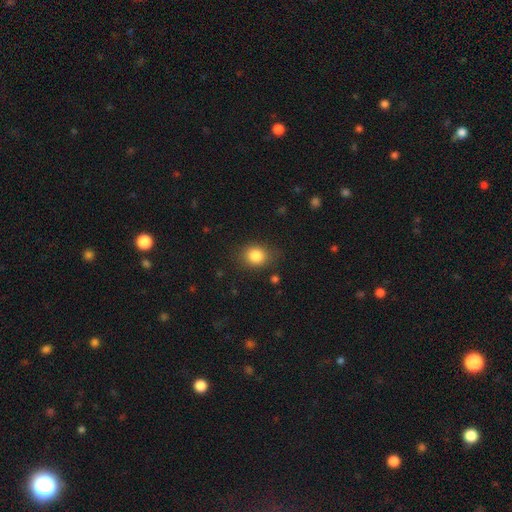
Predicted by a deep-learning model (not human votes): Smooth or featured? smooth (84%)
How rounded? round (62%)
Merging? none (81%)